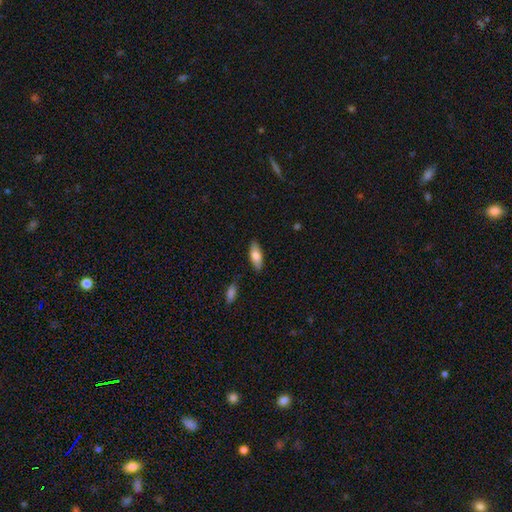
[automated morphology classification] smooth-or-featured: smooth: 77% | featured or disk: 17% | star or artifact: 6%
  how-rounded: in between: 75% | cigar-shaped: 23% | round: 2%
  merging: none: 84% | minor disturbance: 12% | major disturbance: 2% | merger: 2%